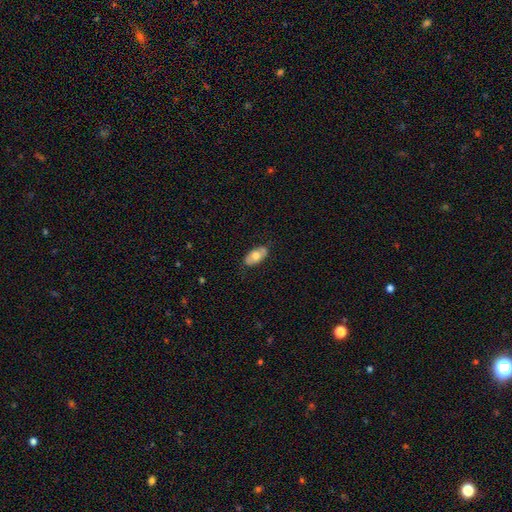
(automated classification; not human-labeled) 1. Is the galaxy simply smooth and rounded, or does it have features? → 67% smooth, 27% featured or disk, 6% star or artifact.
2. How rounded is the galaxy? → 93% in between, 4% cigar-shaped, 3% round.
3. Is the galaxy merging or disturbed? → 82% none, 14% minor disturbance, 3% major disturbance, 1% merger.